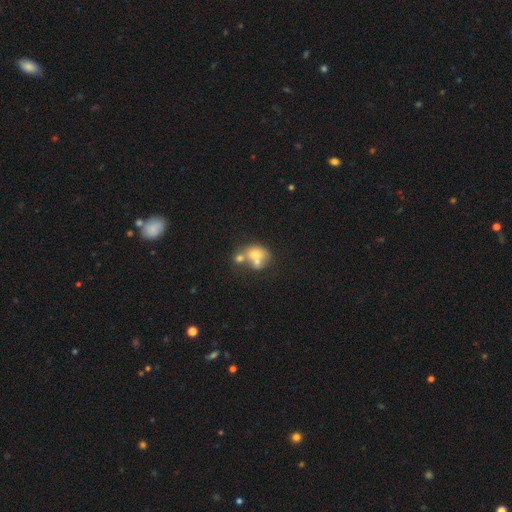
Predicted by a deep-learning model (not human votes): Smooth or featured: smooth — 61% (featured or disk — 27%)
How rounded: round — 56% (in between — 43%)
Merging: merger — 56% (none — 27%)